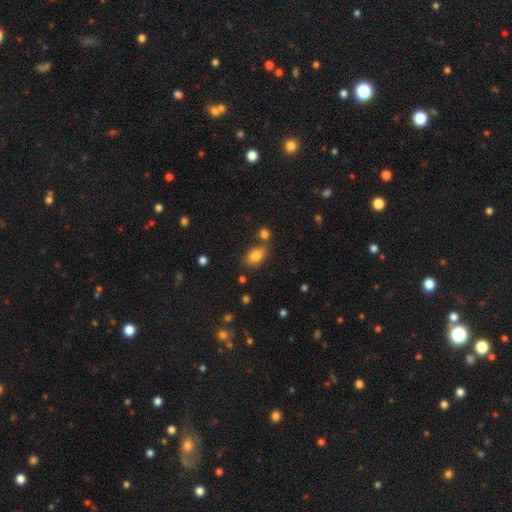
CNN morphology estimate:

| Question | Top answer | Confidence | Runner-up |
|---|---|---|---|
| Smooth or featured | smooth | 81% | featured or disk (10%) |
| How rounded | in between | 85% | round (12%) |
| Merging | none | 71% | merger (13%) |